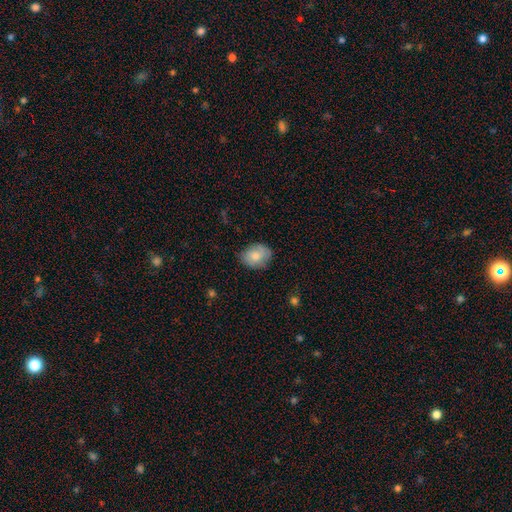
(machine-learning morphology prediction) Smooth or featured?
  - smooth: 74% *
  - featured or disk: 19%
  - star or artifact: 7%
How rounded?
  - in between: 61% *
  - round: 38%
  - cigar-shaped: 1%
Merging?
  - none: 73% *
  - minor disturbance: 22%
  - major disturbance: 4%
  - merger: 1%